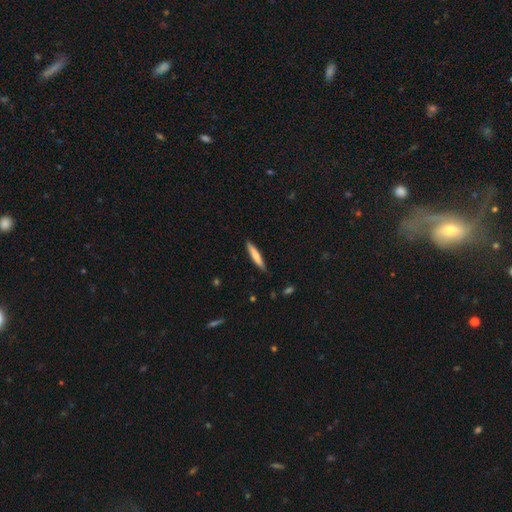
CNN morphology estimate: smooth-or-featured: smooth: 71% | featured or disk: 24% | star or artifact: 5%
  how-rounded: cigar-shaped: 92% | in between: 7% | round: 1%
  merging: none: 87% | minor disturbance: 10% | major disturbance: 2% | merger: 1%